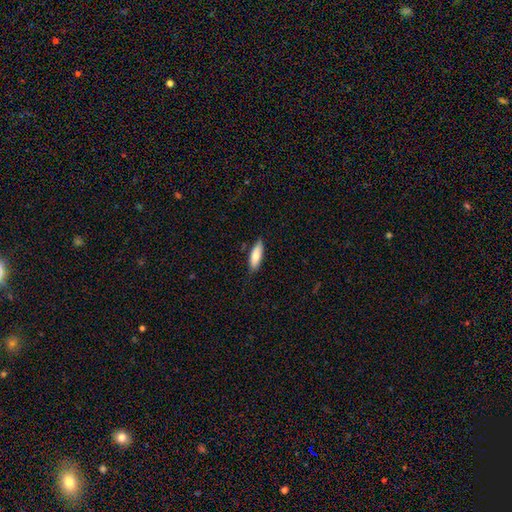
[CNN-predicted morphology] Smooth or featured?
  - smooth: 79% *
  - featured or disk: 15%
  - star or artifact: 6%
How rounded?
  - in between: 59% *
  - cigar-shaped: 39%
  - round: 2%
Merging?
  - none: 81% *
  - minor disturbance: 15%
  - major disturbance: 2%
  - merger: 1%